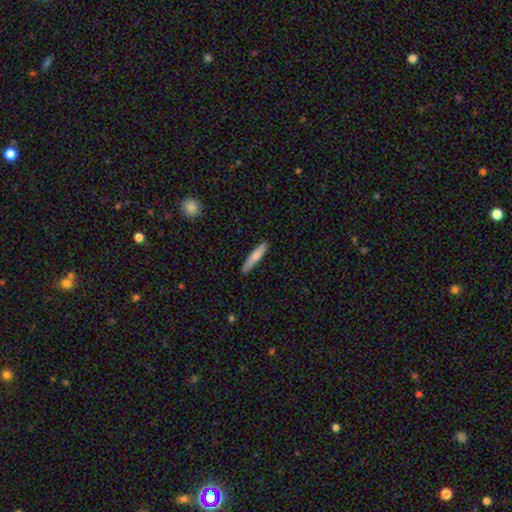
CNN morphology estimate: A smooth galaxy with no disk features (77%) that is cigar-shaped (90%). Merging: none (85%).